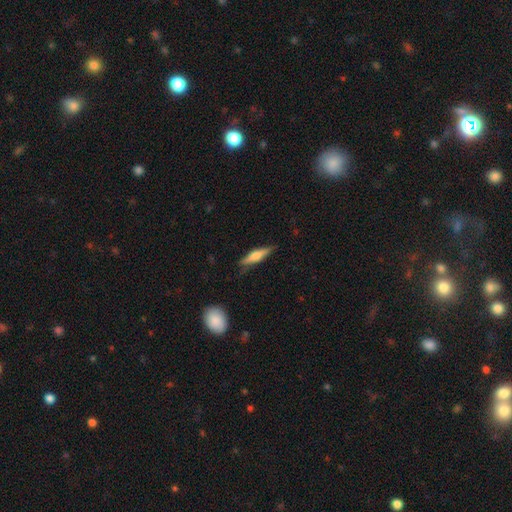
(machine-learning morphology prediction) Smooth or featured: featured or disk — 52% (smooth — 42%)
Edge-on disk: yes — 95% (no — 5%)
Merging: none — 82% (minor disturbance — 14%)